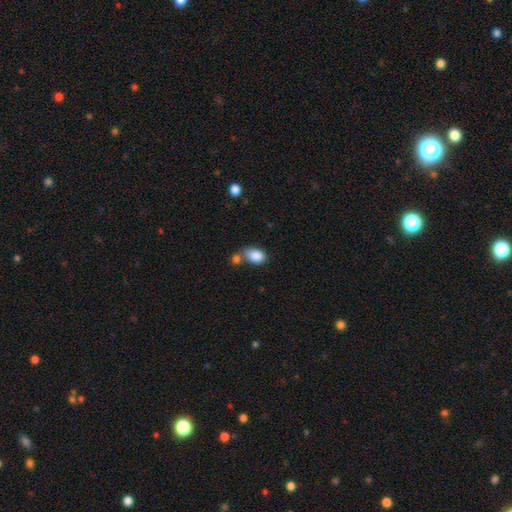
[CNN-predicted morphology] Q: Smooth or featured?
A: smooth (87%); runner-up: star or artifact (8%)
Q: How rounded?
A: in between (88%); runner-up: round (11%)
Q: Merging?
A: none (45%); runner-up: merger (32%)